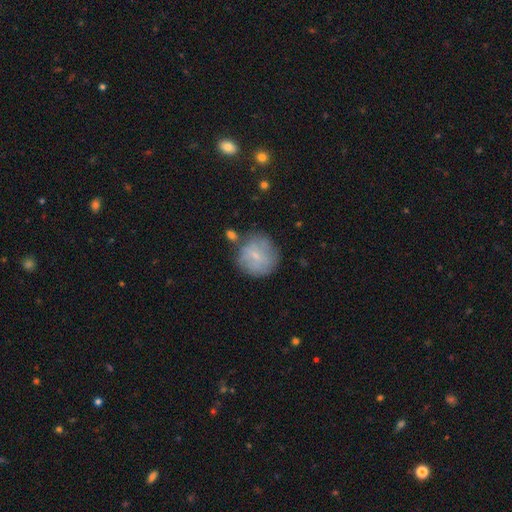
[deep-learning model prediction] This appears to be a smooth galaxy with no disk features (61%) that is round (90%). Merging: none (64%).